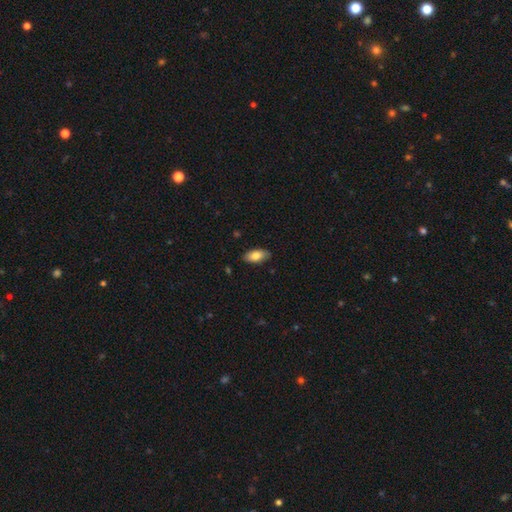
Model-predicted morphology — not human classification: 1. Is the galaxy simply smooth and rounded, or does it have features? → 81% smooth, 13% featured or disk, 6% star or artifact.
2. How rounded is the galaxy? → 91% in between, 6% cigar-shaped, 2% round.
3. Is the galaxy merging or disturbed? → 87% none, 10% minor disturbance, 2% major disturbance, 1% merger.